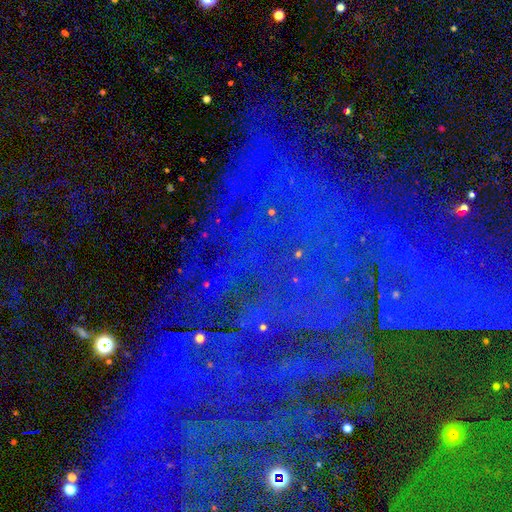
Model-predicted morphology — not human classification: Smooth or featured: star or artifact — 74% (featured or disk — 16%)